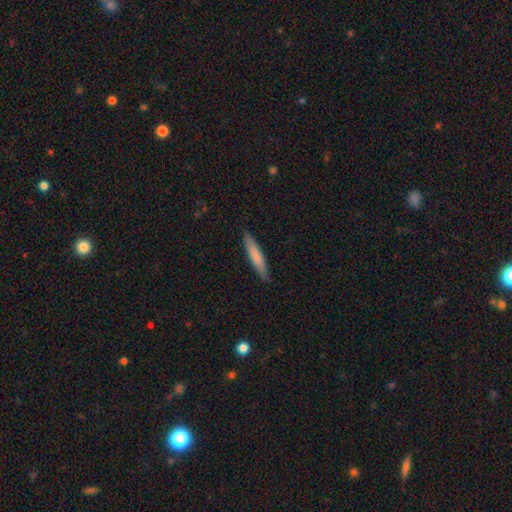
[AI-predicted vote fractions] Smooth or featured? smooth (76%)
How rounded? cigar-shaped (90%)
Merging? none (88%)